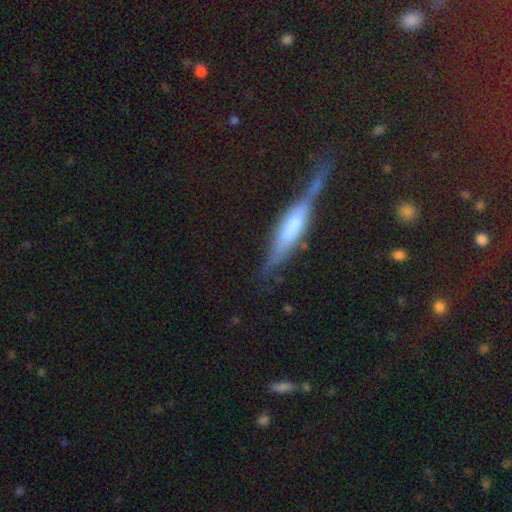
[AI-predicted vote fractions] This appears to be a featured or disk galaxy (63%) viewed edge-on (89%) with a boxy central bulge (41%). Merging: none (68%).